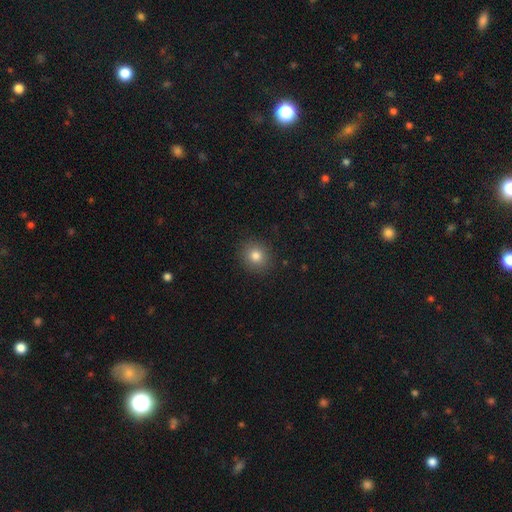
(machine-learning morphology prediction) smooth_or_featured: smooth (p=0.81) [alt: star or artifact p=0.12]
how_rounded: round (p=0.83) [alt: in between p=0.16]
merging: none (p=0.90) [alt: minor disturbance p=0.07]